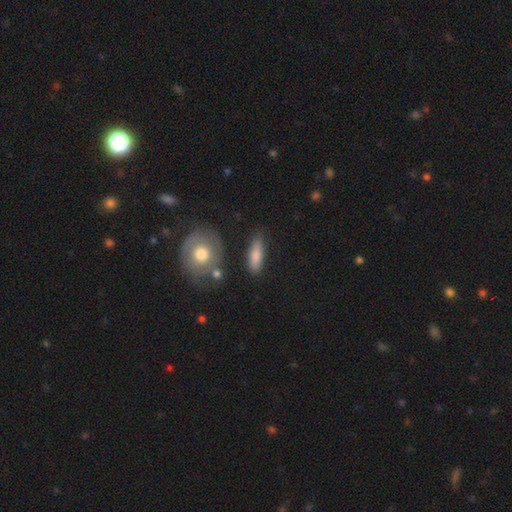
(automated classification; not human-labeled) The model was most divided on "how rounded": in between: 50%, cigar-shaped: 46%, round: 4%. More confident: smooth or featured — smooth (81%); merging — none (75%).